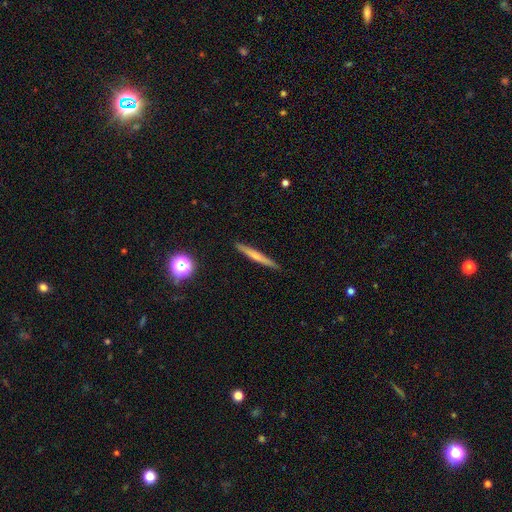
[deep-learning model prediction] Smooth or featured: smooth — 52% (featured or disk — 40%)
How rounded: cigar-shaped — 95% (in between — 3%)
Merging: none — 91% (minor disturbance — 7%)